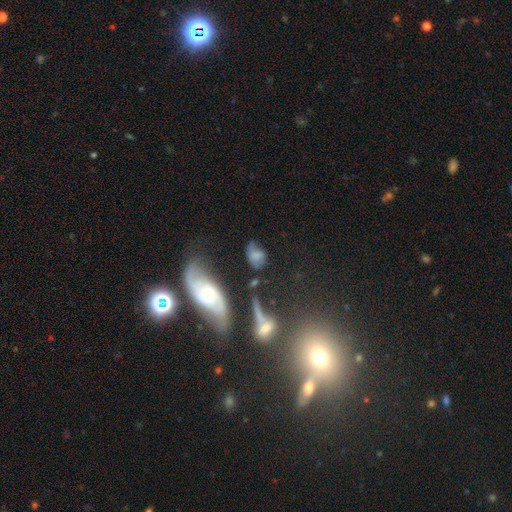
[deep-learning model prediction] Smooth or featured? smooth (59%)
How rounded? in between (70%)
Merging? none (47%)